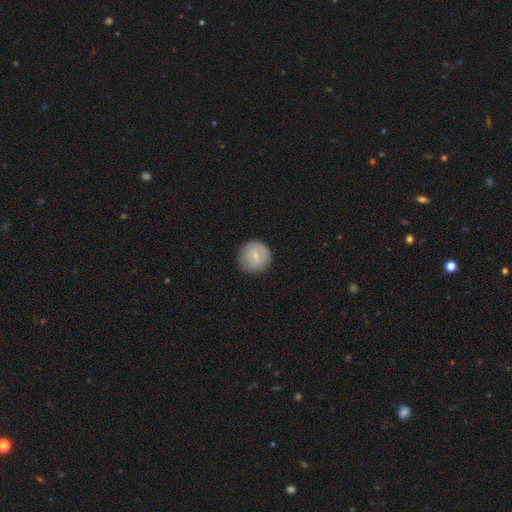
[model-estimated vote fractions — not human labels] Smooth or featured: smooth — 72% (featured or disk — 21%)
How rounded: round — 94% (in between — 5%)
Merging: none — 85% (minor disturbance — 11%)